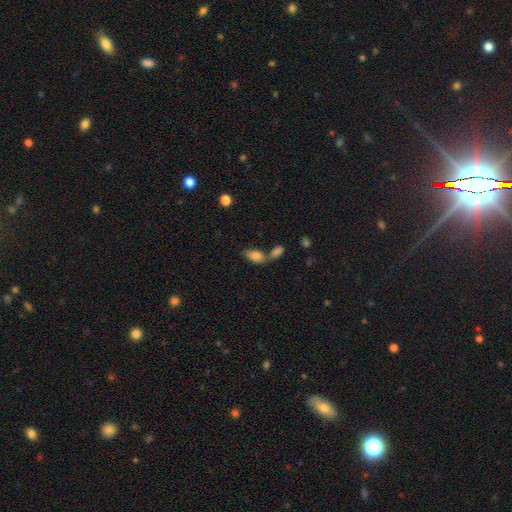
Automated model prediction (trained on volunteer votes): Smooth or featured: smooth — 82% (featured or disk — 10%)
How rounded: in between — 91% (cigar-shaped — 5%)
Merging: none — 44% (merger — 40%)